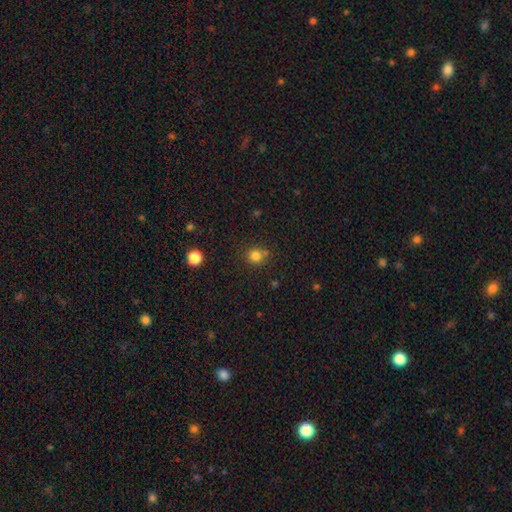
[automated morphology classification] smooth_or_featured: smooth (p=0.79) [alt: star or artifact p=0.15]
how_rounded: round (p=0.89) [alt: in between p=0.10]
merging: none (p=0.75) [alt: minor disturbance p=0.11]